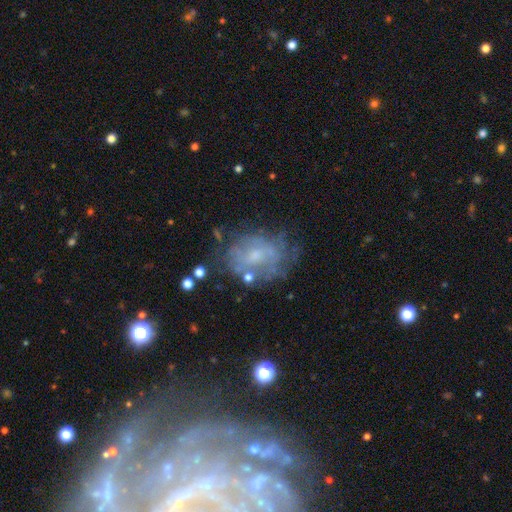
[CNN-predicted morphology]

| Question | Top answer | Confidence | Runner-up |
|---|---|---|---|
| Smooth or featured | featured or disk | 59% | smooth (29%) |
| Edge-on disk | no | 96% | yes (4%) |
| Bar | no | 69% | weak (27%) |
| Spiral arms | no | 56% | yes (44%) |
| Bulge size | small | 43% | moderate (37%) |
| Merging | none | 55% | minor disturbance (24%) |